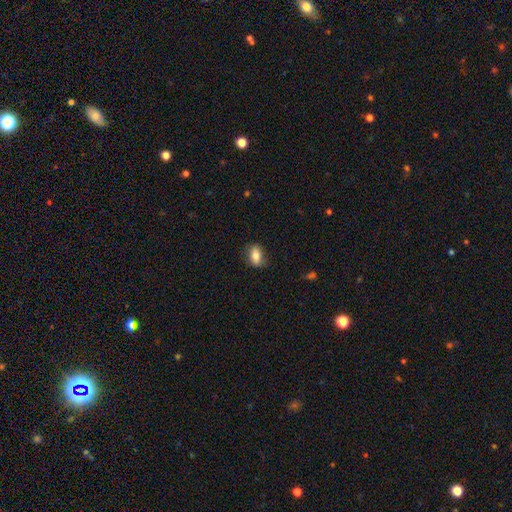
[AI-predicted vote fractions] smooth_or_featured: smooth (p=0.78) [alt: featured or disk p=0.14]
how_rounded: in between (p=0.83) [alt: round p=0.13]
merging: none (p=0.78) [alt: minor disturbance p=0.17]